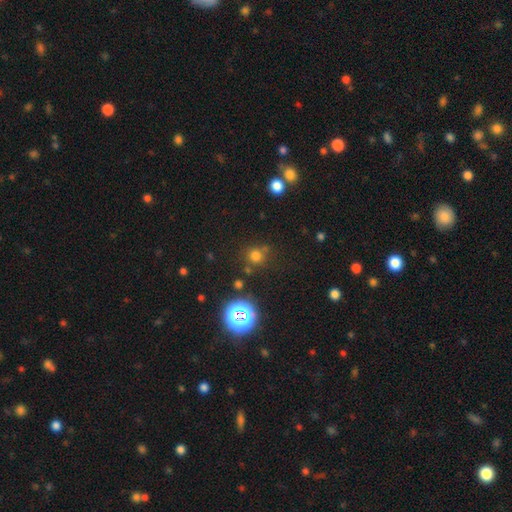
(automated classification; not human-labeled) A smooth galaxy with no disk features (67%) that is round (90%). Merging: none (75%).